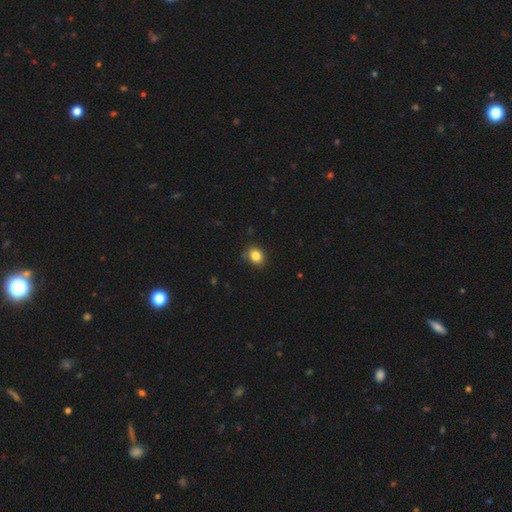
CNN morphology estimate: A smooth galaxy with no disk features (84%) that is round (55%). Merging: none (81%).